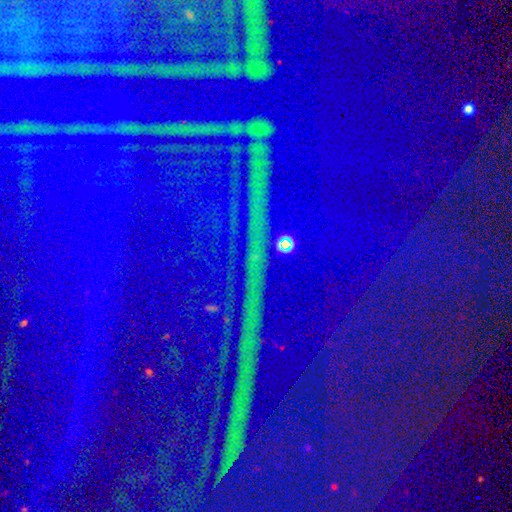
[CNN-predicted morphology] This appears to be a star or artifact, not a galaxy (89%).